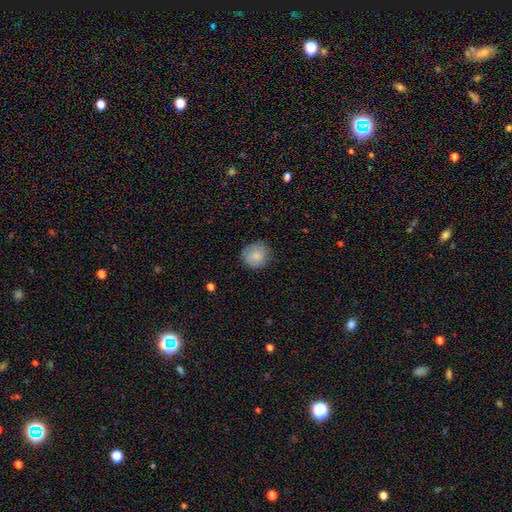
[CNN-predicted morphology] The model was most divided on "merging": none: 77%, minor disturbance: 17%, major disturbance: 4%, merger: 1%. More confident: how rounded — round (86%); smooth or featured — smooth (82%).